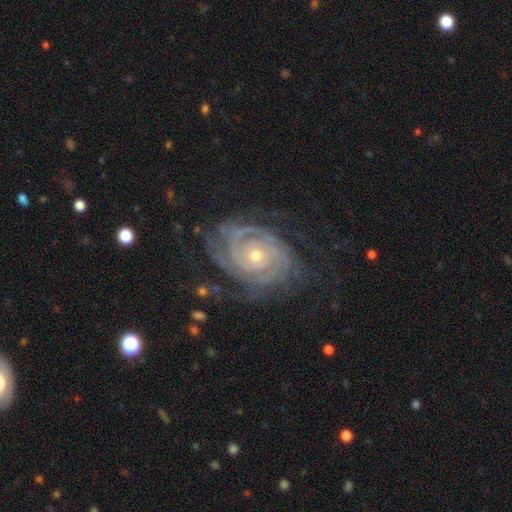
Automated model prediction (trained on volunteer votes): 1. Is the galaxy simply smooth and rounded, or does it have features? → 90% featured or disk, 5% star or artifact, 4% smooth.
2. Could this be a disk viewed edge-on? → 97% no, 3% yes.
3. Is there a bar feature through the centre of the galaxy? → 78% no, 16% weak, 6% strong.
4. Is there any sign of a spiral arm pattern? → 98% yes, 2% no.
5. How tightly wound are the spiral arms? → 81% tight, 16% medium, 3% loose.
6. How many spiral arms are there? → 27% 2, 23% 3, 21% can't tell, 16% 4, 8% more than 4, 6% 1.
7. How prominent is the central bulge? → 60% small, 38% moderate, 1% large, 1% none, 1% dominant.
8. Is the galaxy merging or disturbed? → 71% none, 19% minor disturbance, 9% major disturbance, 1% merger.